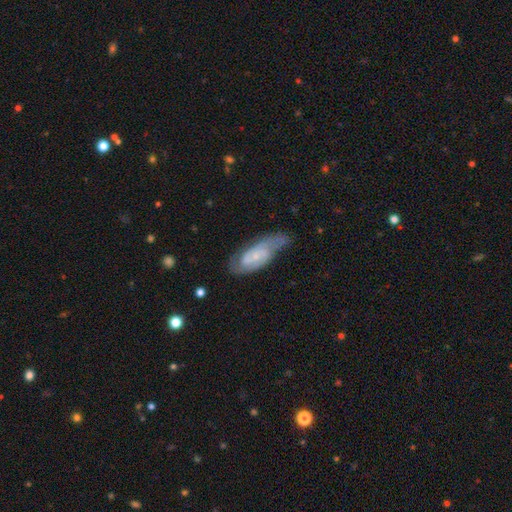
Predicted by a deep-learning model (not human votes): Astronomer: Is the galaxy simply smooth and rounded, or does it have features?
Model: featured or disk — 74%.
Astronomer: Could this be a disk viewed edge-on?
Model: no — 92%.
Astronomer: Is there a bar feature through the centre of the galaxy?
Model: no — 53% (runner-up: weak, 38%).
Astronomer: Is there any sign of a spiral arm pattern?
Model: yes — 93%.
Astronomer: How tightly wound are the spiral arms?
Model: medium — 46% (runner-up: tight, 39%).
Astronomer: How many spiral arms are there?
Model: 2 — 77%.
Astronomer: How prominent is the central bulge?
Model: small — 67%.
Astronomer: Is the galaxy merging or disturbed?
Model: none — 62%.